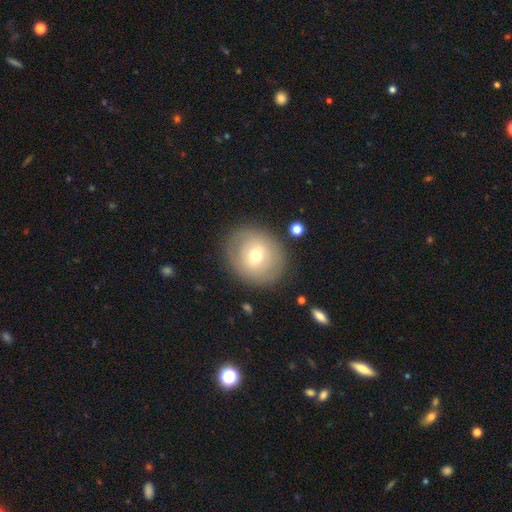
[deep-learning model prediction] smooth_or_featured: smooth (p=0.55) [alt: featured or disk p=0.37]
how_rounded: round (p=0.77) [alt: in between p=0.22]
merging: none (p=0.83) [alt: minor disturbance p=0.11]